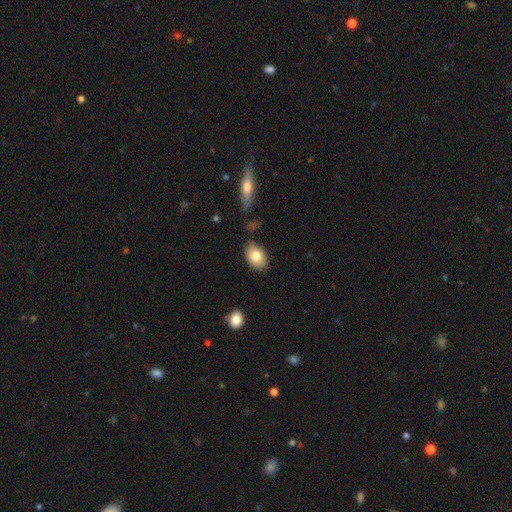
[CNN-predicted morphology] Q: Smooth or featured?
A: smooth (78%); runner-up: featured or disk (15%)
Q: How rounded?
A: in between (86%); runner-up: round (13%)
Q: Merging?
A: none (82%); runner-up: minor disturbance (12%)